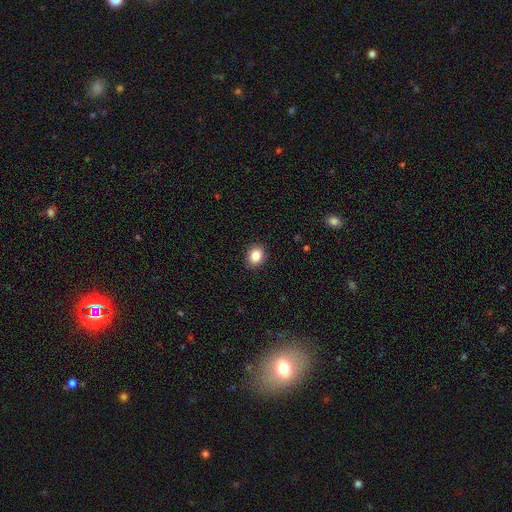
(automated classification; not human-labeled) smooth_or_featured: smooth (p=0.87) [alt: star or artifact p=0.09]
how_rounded: in between (p=0.52) [alt: round p=0.47]
merging: none (p=0.90) [alt: minor disturbance p=0.07]